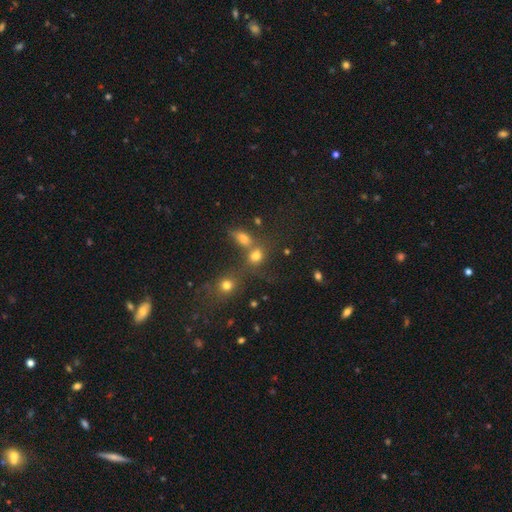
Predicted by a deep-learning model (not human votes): Smooth or featured?
  - smooth: 72% *
  - star or artifact: 17%
  - featured or disk: 11%
How rounded?
  - round: 52% *
  - in between: 45%
  - cigar-shaped: 3%
Merging?
  - merger: 42% *
  - none: 41%
  - minor disturbance: 10%
  - major disturbance: 7%